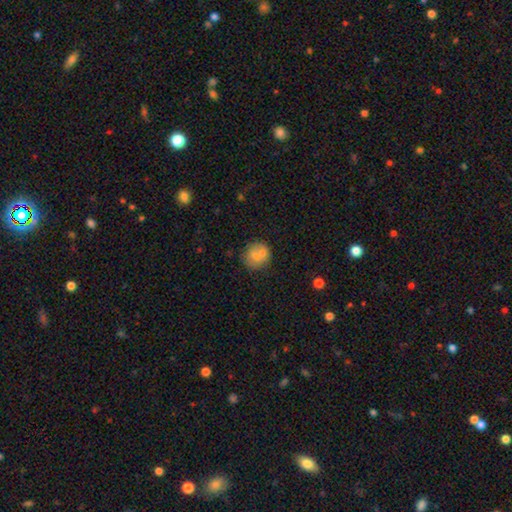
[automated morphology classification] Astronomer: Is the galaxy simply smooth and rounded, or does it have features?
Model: smooth — 71%.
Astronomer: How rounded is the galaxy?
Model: round — 83%.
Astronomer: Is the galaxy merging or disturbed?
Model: none — 61%.